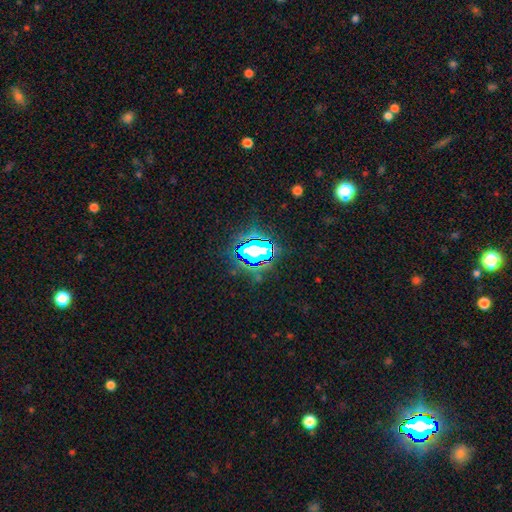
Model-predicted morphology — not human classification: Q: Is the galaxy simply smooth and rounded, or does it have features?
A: star or artifact — 81%.